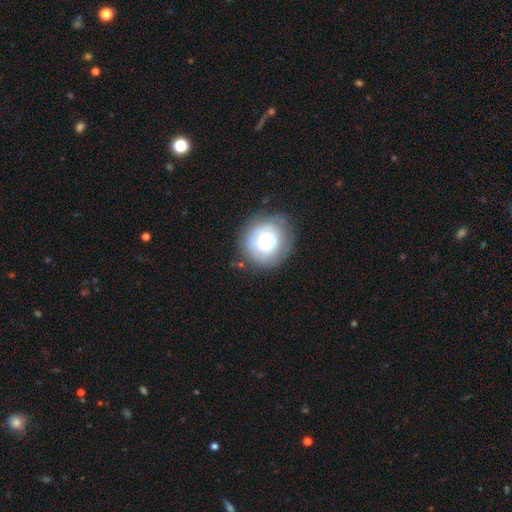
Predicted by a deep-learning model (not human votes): Smooth or featured? featured or disk (45%)
Merging? none (75%)